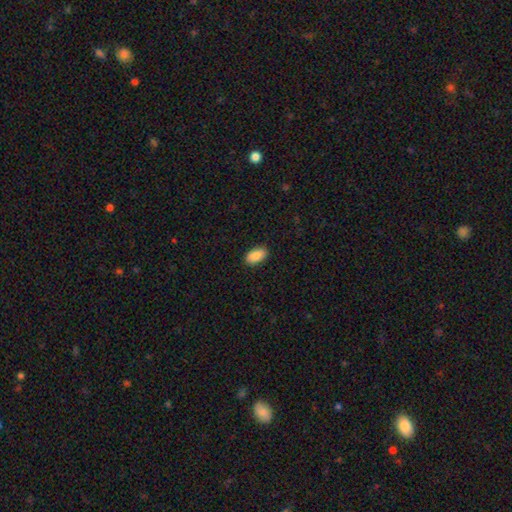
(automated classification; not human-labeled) smooth-or-featured: smooth: 89% | star or artifact: 7% | featured or disk: 4%
  how-rounded: in between: 94% | round: 3% | cigar-shaped: 2%
  merging: none: 89% | minor disturbance: 8% | major disturbance: 2% | merger: 1%